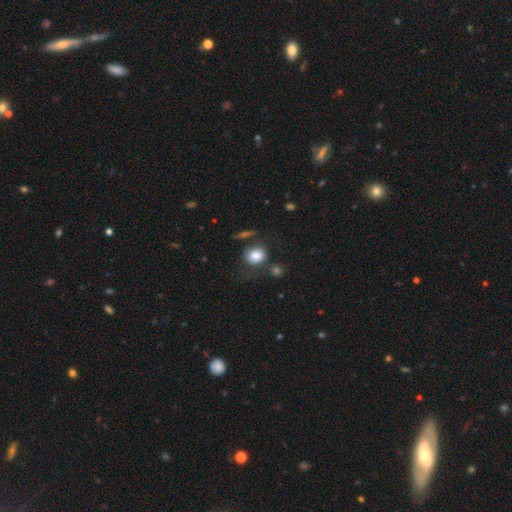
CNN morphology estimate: Smooth or featured?
  - smooth: 81% *
  - featured or disk: 10%
  - star or artifact: 9%
How rounded?
  - round: 67% *
  - in between: 31%
  - cigar-shaped: 1%
Merging?
  - none: 65% *
  - minor disturbance: 17%
  - merger: 9%
  - major disturbance: 9%